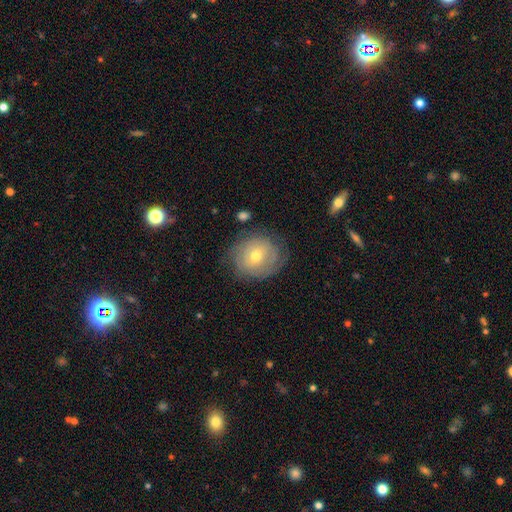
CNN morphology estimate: Q: Smooth or featured?
A: featured or disk (51%); runner-up: smooth (40%)
Q: Edge-on disk?
A: no (96%); runner-up: yes (4%)
Q: Merging?
A: none (74%); runner-up: minor disturbance (18%)